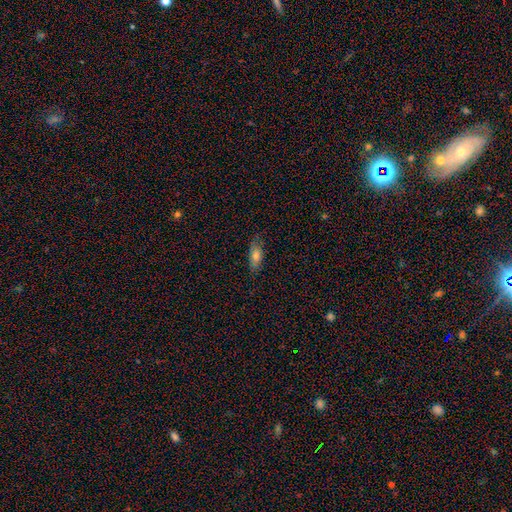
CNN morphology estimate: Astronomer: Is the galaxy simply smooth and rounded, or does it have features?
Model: smooth — 70%.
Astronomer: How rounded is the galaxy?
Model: in between — 69%.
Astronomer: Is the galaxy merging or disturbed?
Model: none — 77%.